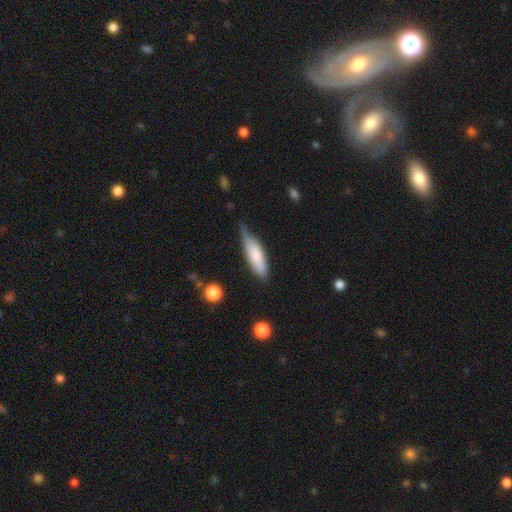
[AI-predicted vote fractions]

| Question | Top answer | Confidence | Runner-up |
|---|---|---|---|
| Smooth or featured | smooth | 74% | featured or disk (21%) |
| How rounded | cigar-shaped | 55% | in between (43%) |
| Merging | none | 50% | minor disturbance (39%) |